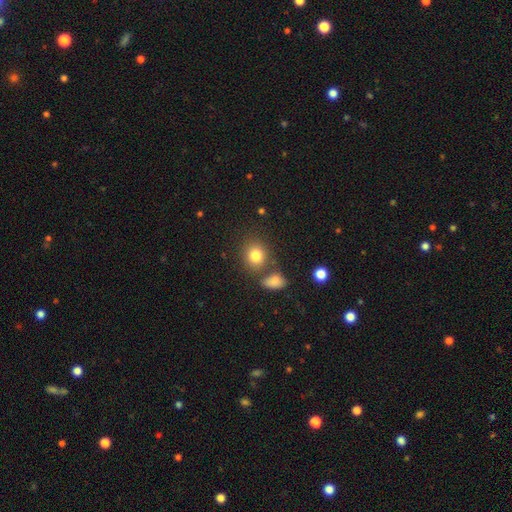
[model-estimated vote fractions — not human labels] Overall: smooth (82%). How rounded: round (71%). Merging: none (70%).